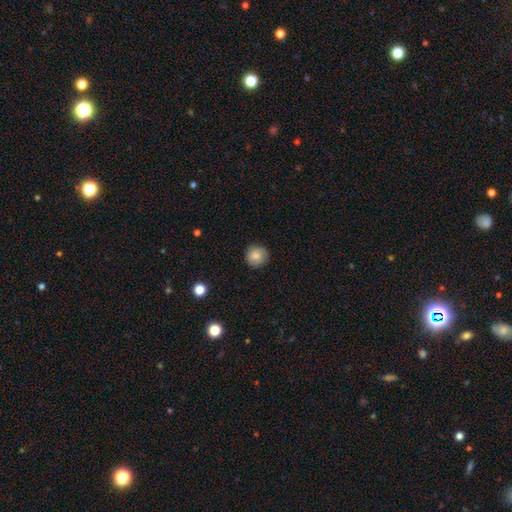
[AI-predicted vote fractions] A smooth galaxy with no disk features (82%) that is round (93%).

Vote fractions:
- Smooth or featured? smooth: 82% / featured or disk: 10% / star or artifact: 8%
- How rounded? round: 93% / in between: 6% / cigar-shaped: 1%
- Merging? none: 87% / minor disturbance: 9% / major disturbance: 2% / merger: 1%